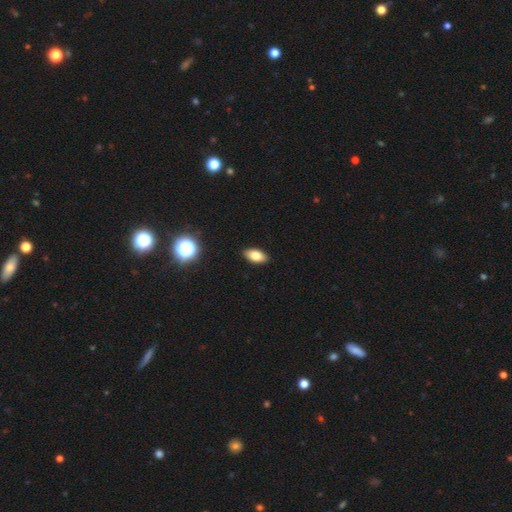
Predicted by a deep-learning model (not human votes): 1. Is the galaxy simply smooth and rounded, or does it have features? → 81% smooth, 10% featured or disk, 9% star or artifact.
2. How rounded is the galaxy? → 91% in between, 5% round, 4% cigar-shaped.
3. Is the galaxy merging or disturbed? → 90% none, 7% minor disturbance, 2% major disturbance, 1% merger.